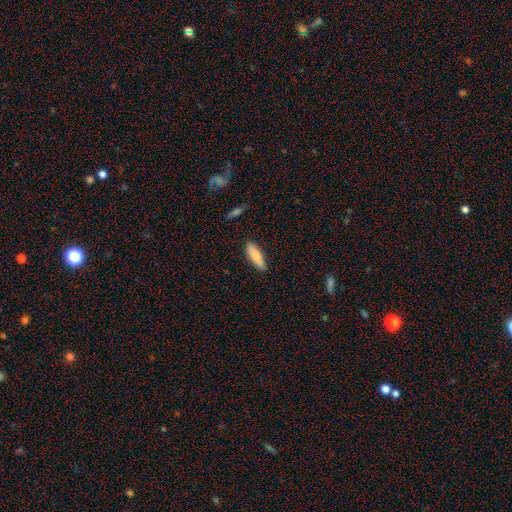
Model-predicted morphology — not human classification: Smooth or featured: smooth — 79% (featured or disk — 15%)
How rounded: cigar-shaped — 56% (in between — 42%)
Merging: none — 85% (minor disturbance — 12%)